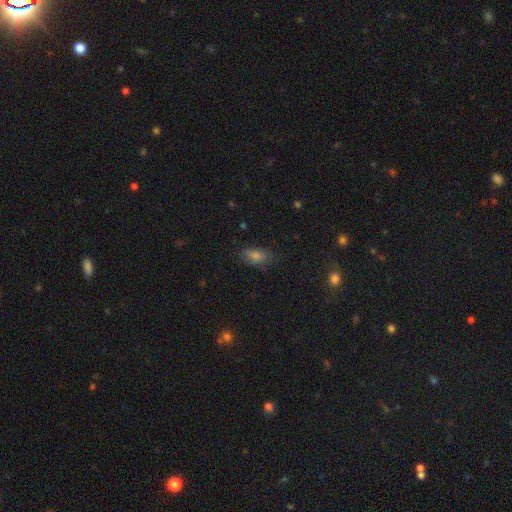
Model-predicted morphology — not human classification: A smooth galaxy with no disk features (67%) that is in between round and cigar-shaped (82%).

Vote fractions:
- Smooth or featured? smooth: 67% / star or artifact: 19% / featured or disk: 14%
- How rounded? in between: 82% / round: 9% / cigar-shaped: 9%
- Merging? none: 78% / minor disturbance: 16% / major disturbance: 4% / merger: 2%